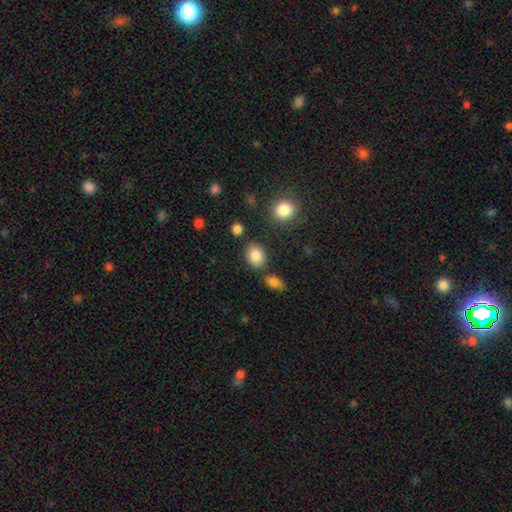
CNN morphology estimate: type=smooth (84%); roundness=in between (59%); merging=none (80%).